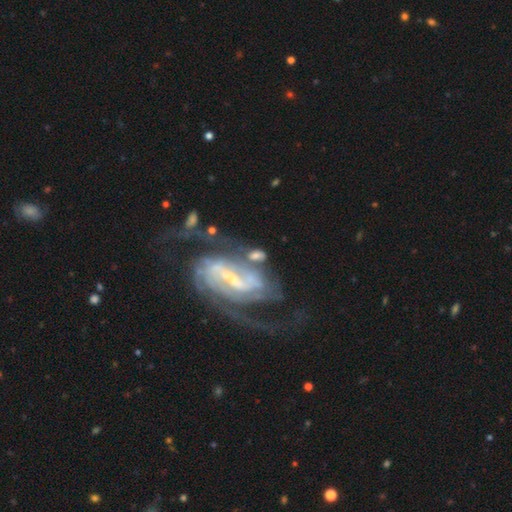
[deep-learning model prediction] Q: Smooth or featured?
A: featured or disk (75%); runner-up: smooth (18%)
Q: Edge-on disk?
A: no (93%); runner-up: yes (7%)
Q: Bar?
A: strong (49%); runner-up: weak (35%)
Q: Spiral arms?
A: yes (85%); runner-up: no (15%)
Q: Spiral winding?
A: medium (41%); runner-up: tight (35%)
Q: Spiral arm count?
A: 2 (61%); runner-up: can't tell (18%)
Q: Bulge size?
A: small (52%); runner-up: moderate (32%)
Q: Merging?
A: none (46%); runner-up: merger (18%)